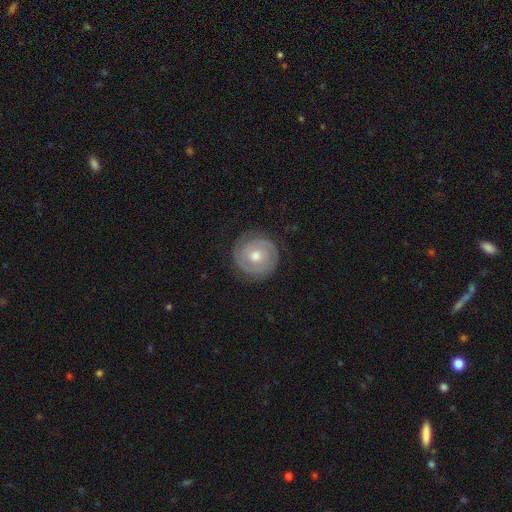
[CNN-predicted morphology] Smooth or featured? featured or disk (71%)
Edge-on disk? no (97%)
Bar? no (76%)
Spiral arms? yes (82%)
Spiral winding? tight (77%)
Spiral arm count? 2 (64%)
Bulge size? moderate (75%)
Merging? none (85%)